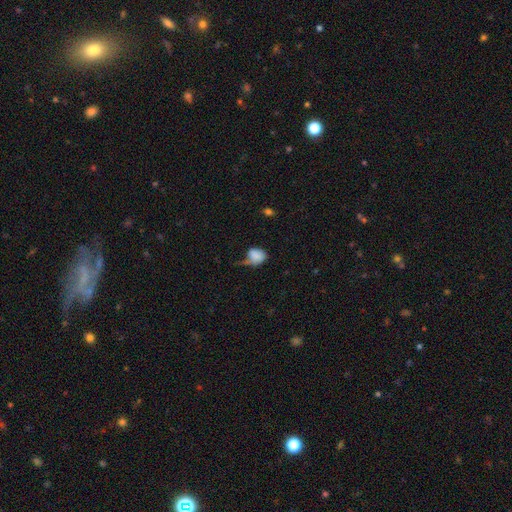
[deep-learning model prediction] This is likely a smooth galaxy (80%). How rounded: possibly in between (56%). Merging: marginally major disturbance (36%).